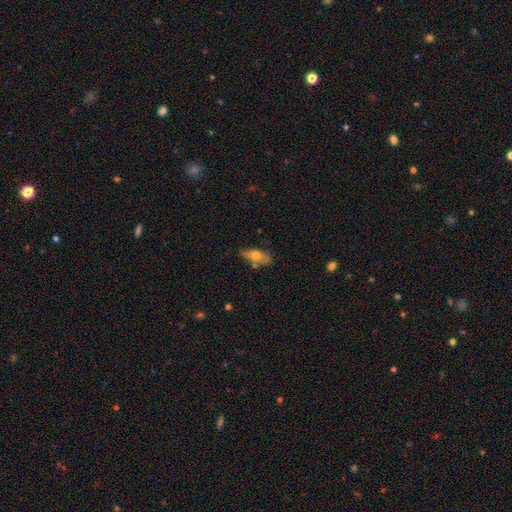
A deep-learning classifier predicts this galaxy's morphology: type=smooth (61%); roundness=in between (78%); merging=none (50%).